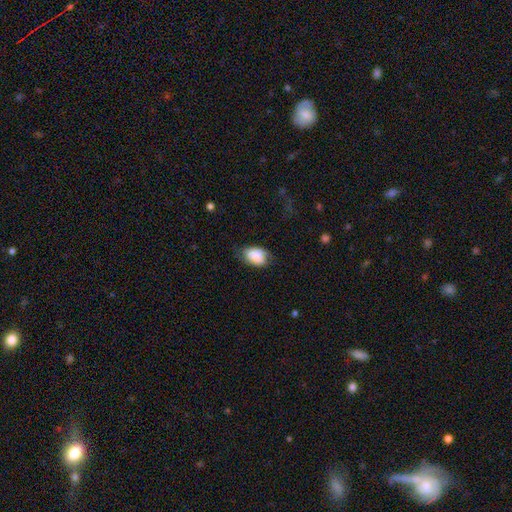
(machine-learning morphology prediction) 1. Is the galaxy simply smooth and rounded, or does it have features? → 84% smooth, 9% featured or disk, 7% star or artifact.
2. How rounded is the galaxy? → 86% in between, 13% round, 1% cigar-shaped.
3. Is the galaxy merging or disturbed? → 60% none, 28% minor disturbance, 10% major disturbance, 2% merger.